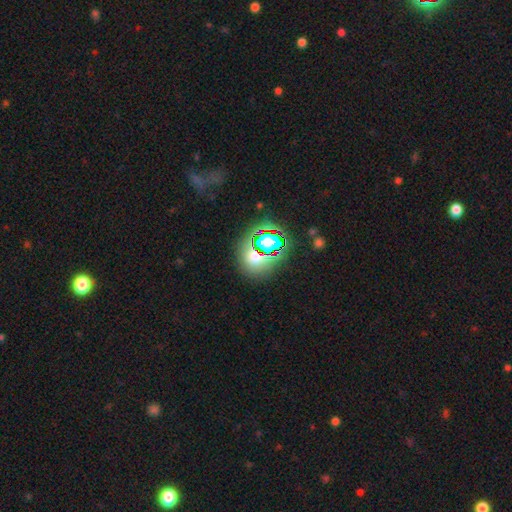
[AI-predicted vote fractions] Overall: smooth (47%; star or artifact 41%). Merging: none (69%).